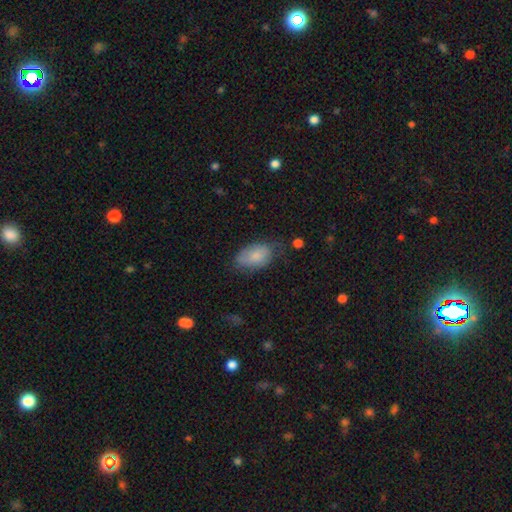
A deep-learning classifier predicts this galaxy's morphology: This is likely a smooth galaxy (77%). How rounded: clearly in between (92%). Merging: possibly none (58%).